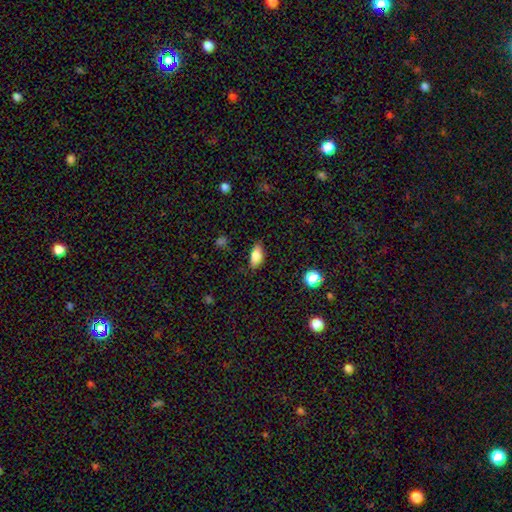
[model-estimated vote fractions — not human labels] A smooth galaxy with no disk features (81%) that is in between round and cigar-shaped (86%).

Vote fractions:
- Smooth or featured? smooth: 81% / featured or disk: 11% / star or artifact: 8%
- How rounded? in between: 86% / cigar-shaped: 10% / round: 4%
- Merging? none: 83% / minor disturbance: 13% / major disturbance: 3% / merger: 1%